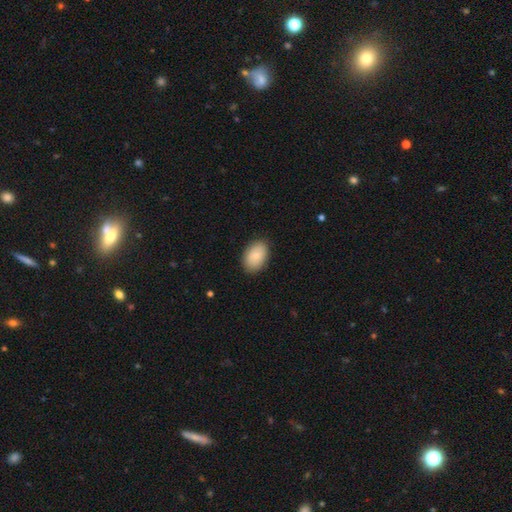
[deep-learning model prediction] Q: Smooth or featured?
A: smooth (85%); runner-up: featured or disk (9%)
Q: How rounded?
A: in between (88%); runner-up: round (10%)
Q: Merging?
A: none (87%); runner-up: minor disturbance (10%)